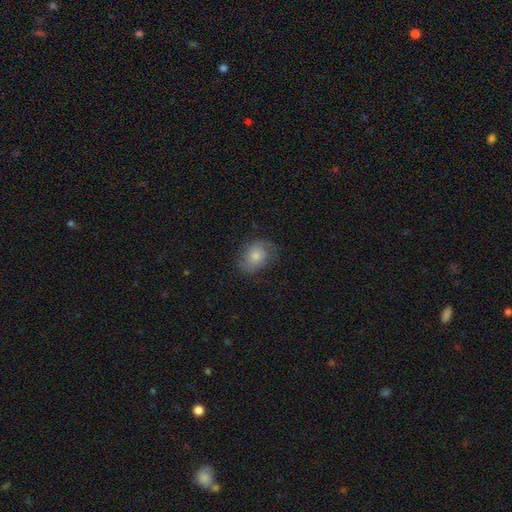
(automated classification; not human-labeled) Smooth or featured? smooth (45%)
Merging? none (75%)